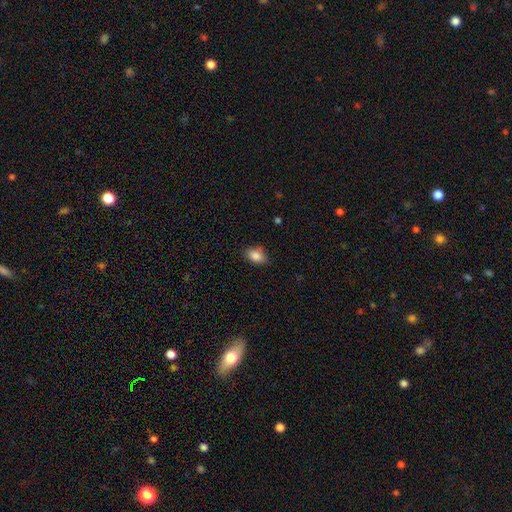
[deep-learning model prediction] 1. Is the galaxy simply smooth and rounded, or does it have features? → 86% smooth, 8% star or artifact, 6% featured or disk.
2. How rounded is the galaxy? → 85% in between, 13% round, 2% cigar-shaped.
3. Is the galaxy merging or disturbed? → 78% none, 17% minor disturbance, 3% major disturbance, 1% merger.